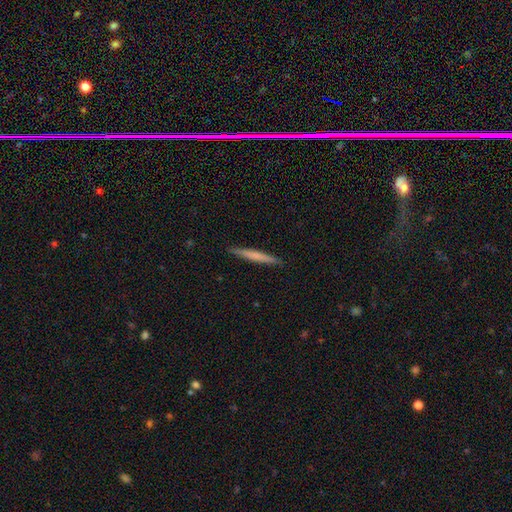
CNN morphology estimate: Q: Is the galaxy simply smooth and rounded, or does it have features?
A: smooth — 62%.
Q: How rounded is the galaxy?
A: cigar-shaped — 96%.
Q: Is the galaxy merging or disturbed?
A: none — 91%.